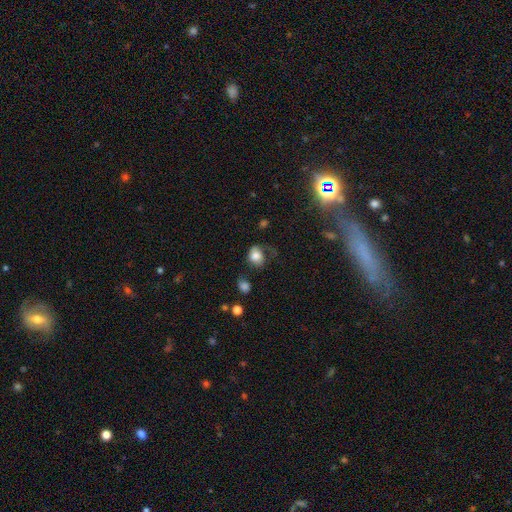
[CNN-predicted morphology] smooth 76%, featured or disk 15%, star or artifact 9%. Down the decision tree: how rounded — in between (51%); merging — none (35%).